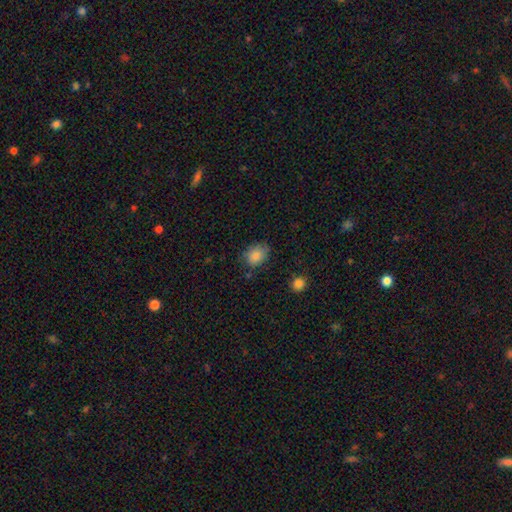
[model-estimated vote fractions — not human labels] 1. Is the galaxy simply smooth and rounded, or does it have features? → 85% smooth, 9% star or artifact, 6% featured or disk.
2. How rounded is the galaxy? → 57% in between, 42% round, 1% cigar-shaped.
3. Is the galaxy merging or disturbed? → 70% none, 22% minor disturbance, 5% major disturbance, 3% merger.